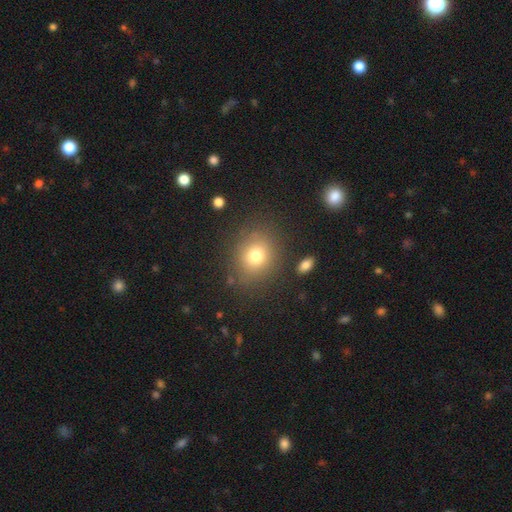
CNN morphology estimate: type=smooth (76%); roundness=round (71%); merging=none (82%).